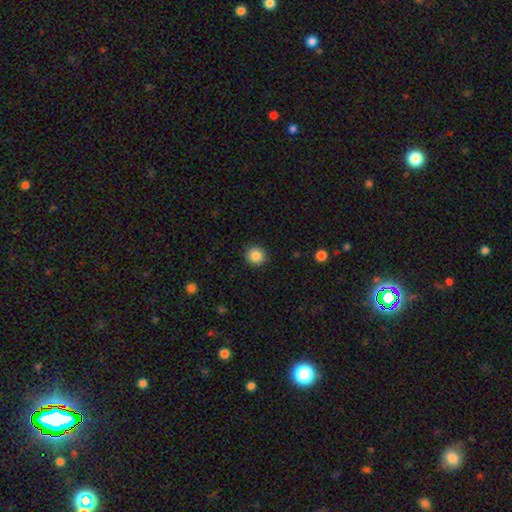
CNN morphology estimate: A smooth galaxy with no disk features (86%) that is round (85%).

Vote fractions:
- Smooth or featured? smooth: 86% / star or artifact: 9% / featured or disk: 5%
- How rounded? round: 85% / in between: 14% / cigar-shaped: 1%
- Merging? none: 90% / minor disturbance: 7% / major disturbance: 2% / merger: 1%